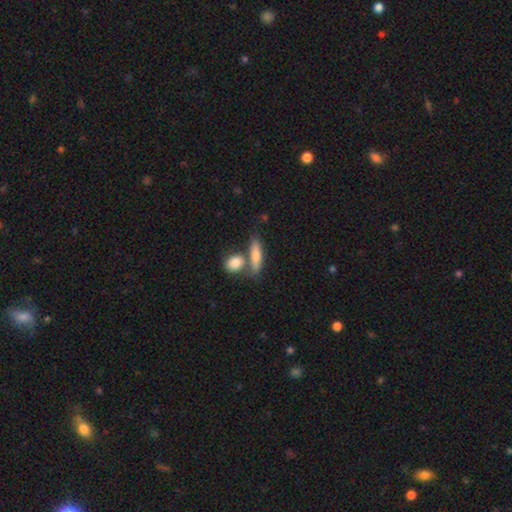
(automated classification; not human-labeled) Smooth or featured: smooth — 75% (featured or disk — 18%)
How rounded: cigar-shaped — 53% (in between — 40%)
Merging: none — 55% (merger — 29%)